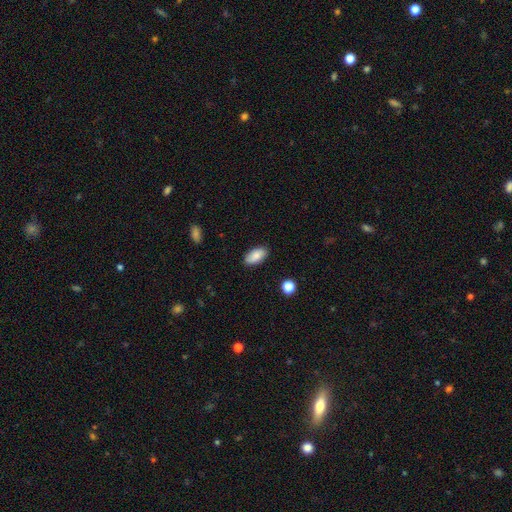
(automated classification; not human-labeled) Smooth or featured? Predicted: smooth (p=0.84). How rounded? Predicted: in between (p=0.93). Merging? Predicted: none (p=0.86).